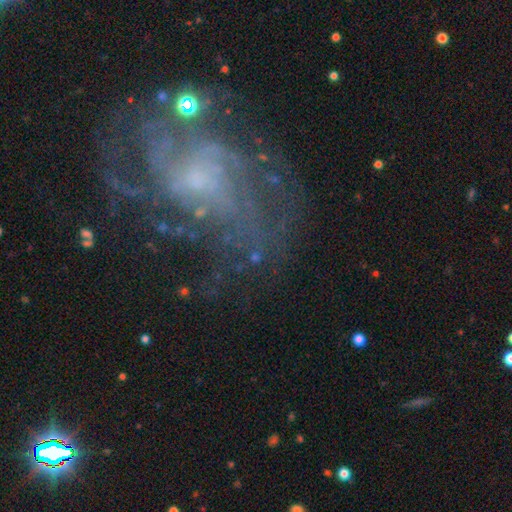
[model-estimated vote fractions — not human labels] Overall: featured or disk (58%; star or artifact 23%). Edge-on disk: no (95%). Bar: no (70%). Spiral arms: yes (68%; no 32%). Bulge size: small (51%; none 23%). Merging: none (60%).